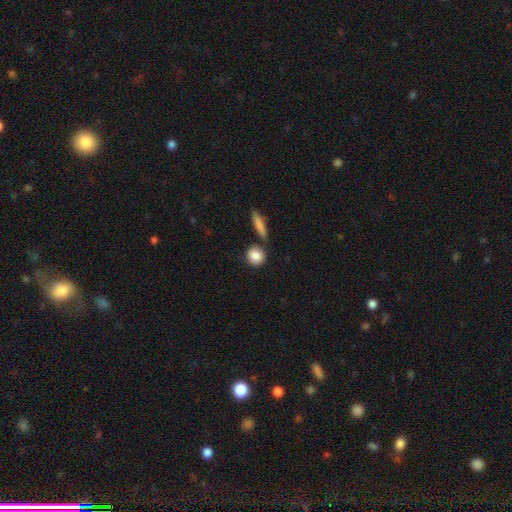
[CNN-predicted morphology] Smooth or featured? Predicted: smooth (p=0.87). How rounded? Predicted: round (p=0.78). Merging? Predicted: none (p=0.75).